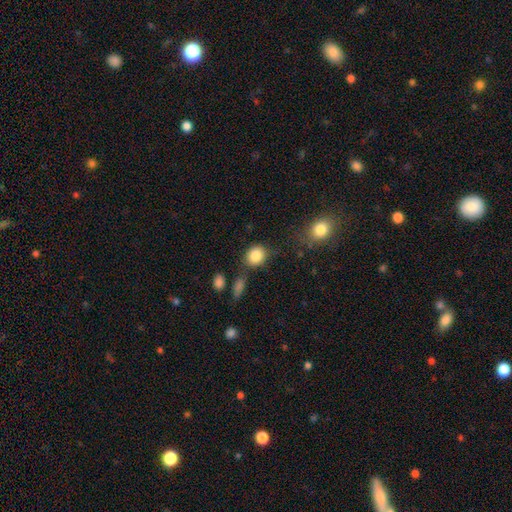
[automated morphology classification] This is clearly a smooth galaxy (86%). How rounded: likely round (69%). Merging: likely none (69%).